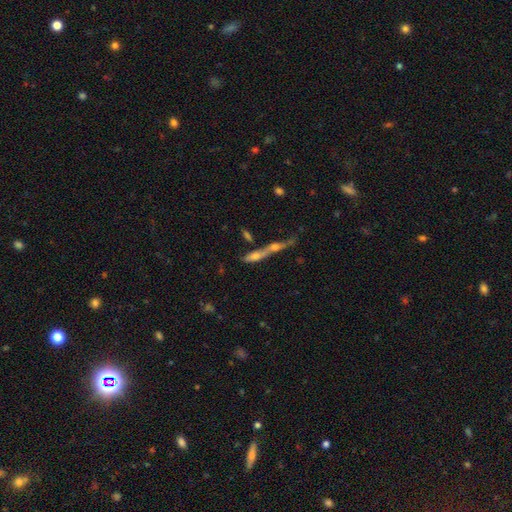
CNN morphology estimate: Smooth or featured?
  - featured or disk: 53% *
  - smooth: 33%
  - star or artifact: 15%
Edge-on disk?
  - yes: 66% *
  - no: 34%
Merging?
  - merger: 61% *
  - none: 24%
  - minor disturbance: 8%
  - major disturbance: 7%